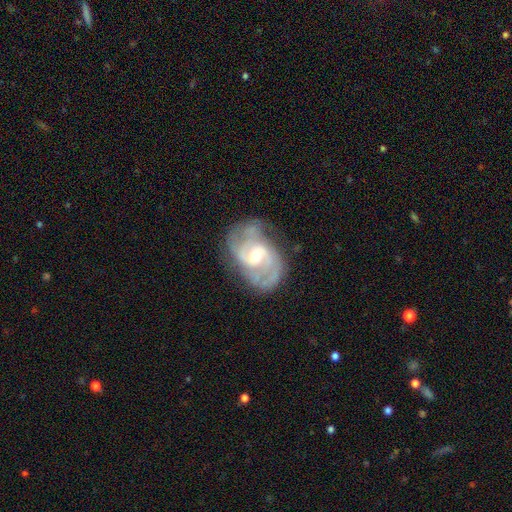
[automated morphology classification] Smooth or featured: featured or disk — 87% (smooth — 8%)
Edge-on disk: no — 97% (yes — 3%)
Bar: weak — 47% (no — 42%)
Spiral arms: yes — 94% (no — 6%)
Spiral winding: medium — 48% (tight — 36%)
Spiral arm count: 2 — 67% (can't tell — 14%)
Bulge size: moderate — 61% (small — 33%)
Merging: none — 64% (minor disturbance — 22%)